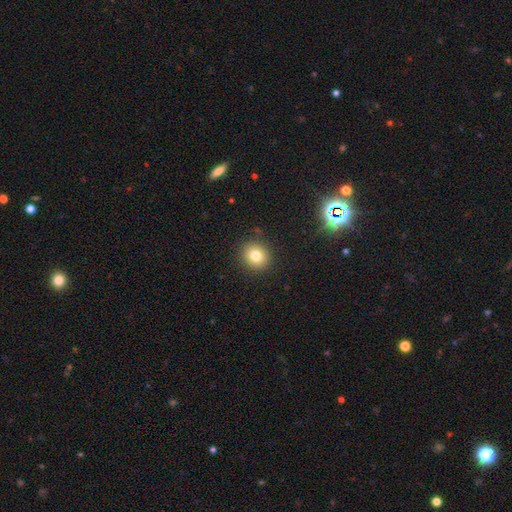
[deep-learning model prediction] smooth_or_featured: smooth (p=0.79) [alt: star or artifact p=0.12]
how_rounded: round (p=0.83) [alt: in between p=0.16]
merging: none (p=0.89) [alt: minor disturbance p=0.07]